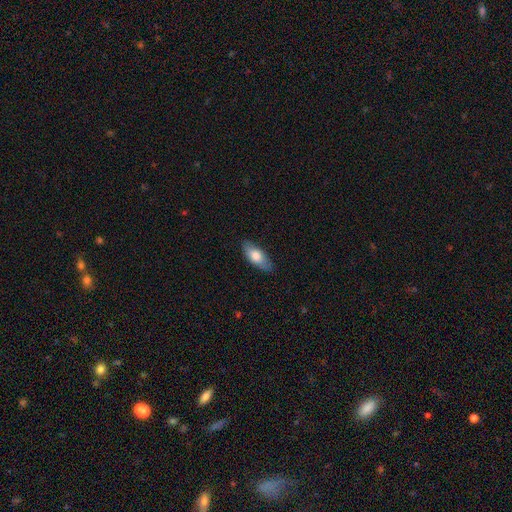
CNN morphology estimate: A smooth galaxy with no disk features (73%) that is in between round and cigar-shaped (81%).

Vote fractions:
- Smooth or featured? smooth: 73% / featured or disk: 21% / star or artifact: 6%
- How rounded? in between: 81% / cigar-shaped: 16% / round: 3%
- Merging? none: 83% / minor disturbance: 13% / major disturbance: 2% / merger: 1%